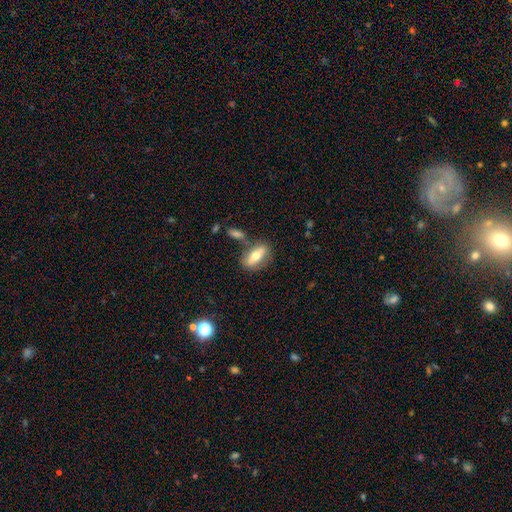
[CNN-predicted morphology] The model was most divided on "smooth or featured": smooth: 62%, featured or disk: 31%, star or artifact: 7%. More confident: how rounded — in between (78%); merging — none (68%).